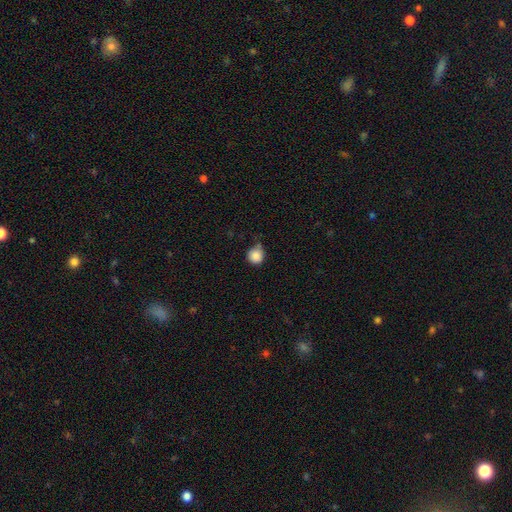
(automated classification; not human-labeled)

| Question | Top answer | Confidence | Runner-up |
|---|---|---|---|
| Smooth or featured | smooth | 87% | star or artifact (9%) |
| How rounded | round | 91% | in between (9%) |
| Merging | none | 59% | minor disturbance (32%) |